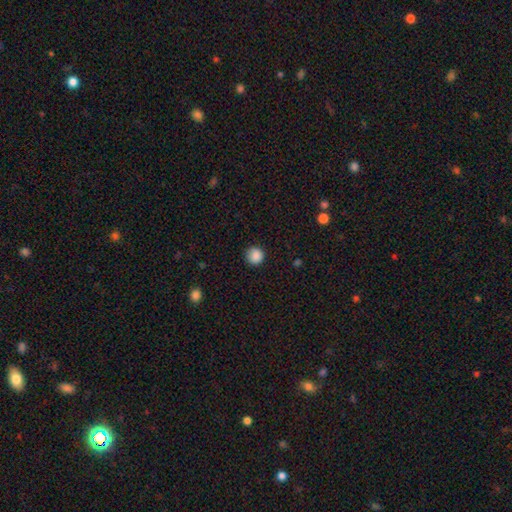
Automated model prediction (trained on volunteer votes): This appears to be a smooth galaxy with no disk features (87%) that is round (93%). Merging: none (85%).